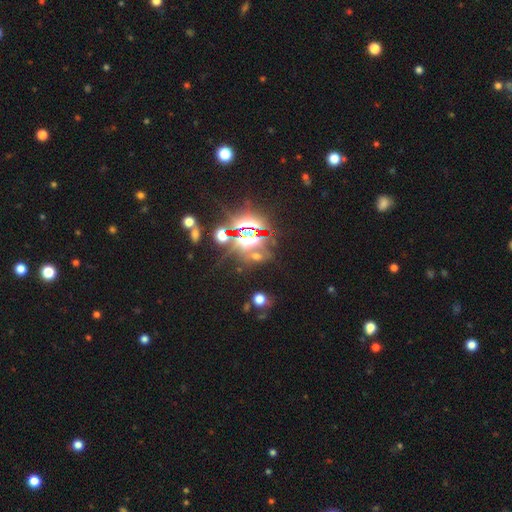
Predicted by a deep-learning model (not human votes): Smooth or featured? star or artifact (74%)